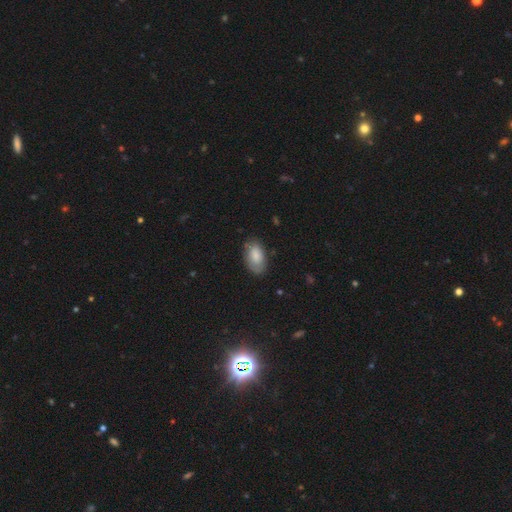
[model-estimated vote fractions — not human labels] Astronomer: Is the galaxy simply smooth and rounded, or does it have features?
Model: smooth — 79%.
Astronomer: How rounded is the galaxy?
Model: in between — 94%.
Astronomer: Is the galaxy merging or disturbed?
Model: none — 72%.